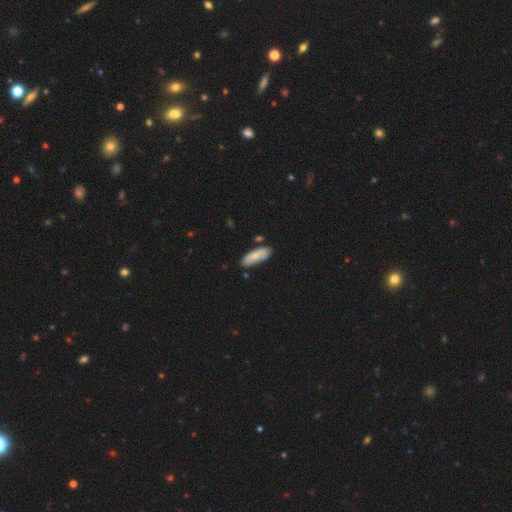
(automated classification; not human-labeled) Smooth or featured? smooth (70%)
How rounded? in between (67%)
Merging? none (74%)